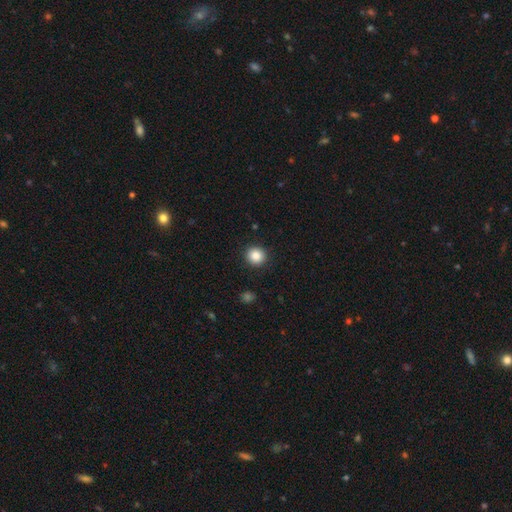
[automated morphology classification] smooth-or-featured: smooth: 87% | star or artifact: 10% | featured or disk: 4%
  how-rounded: round: 92% | in between: 7% | cigar-shaped: 1%
  merging: none: 91% | minor disturbance: 6% | major disturbance: 2% | merger: 1%